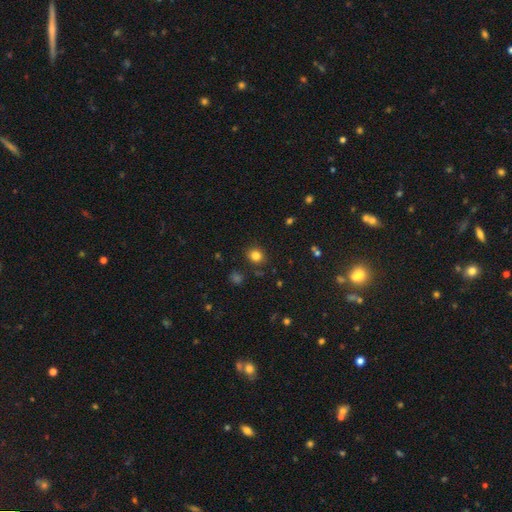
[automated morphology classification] Smooth or featured? smooth (82%)
How rounded? round (77%)
Merging? none (87%)